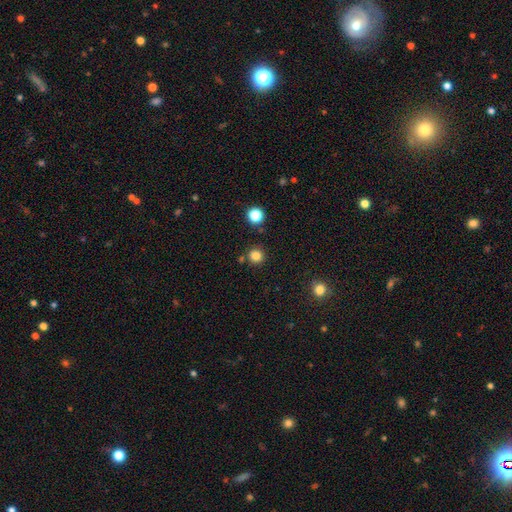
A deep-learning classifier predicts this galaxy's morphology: smooth-or-featured: smooth: 83% | star or artifact: 13% | featured or disk: 4%
  how-rounded: round: 94% | in between: 5% | cigar-shaped: 1%
  merging: none: 87% | minor disturbance: 6% | merger: 5% | major disturbance: 2%